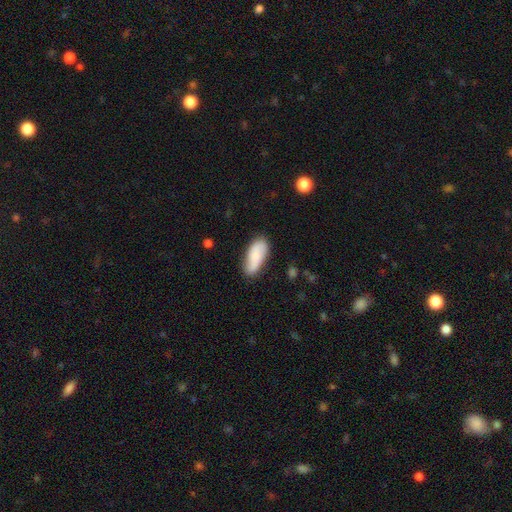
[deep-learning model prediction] The model was most divided on "smooth or featured": smooth: 73%, featured or disk: 21%, star or artifact: 6%. More confident: how rounded — in between (81%); merging — none (75%).